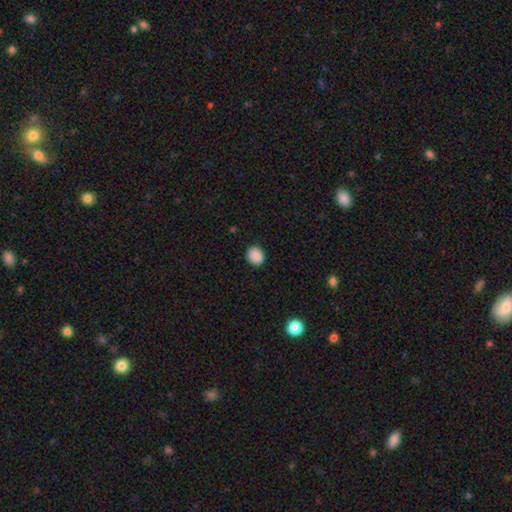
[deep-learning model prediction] Smooth or featured: smooth — 89% (star or artifact — 9%)
How rounded: round — 70% (in between — 29%)
Merging: none — 89% (minor disturbance — 8%)